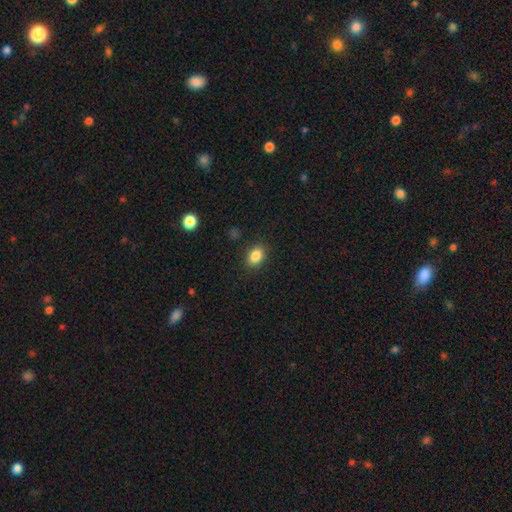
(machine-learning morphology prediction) Smooth or featured: smooth — 85% (star or artifact — 9%)
How rounded: in between — 71% (round — 27%)
Merging: none — 87% (minor disturbance — 9%)